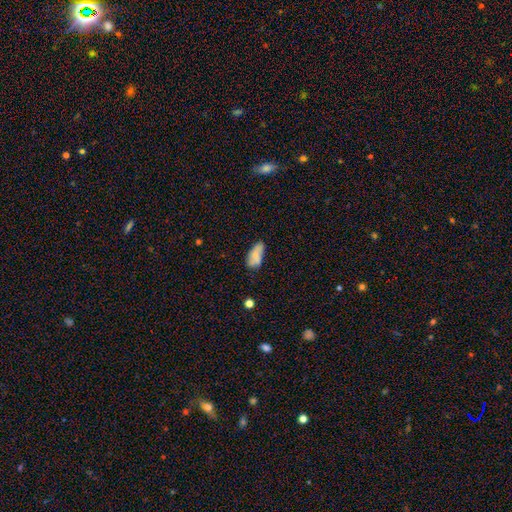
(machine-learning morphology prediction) Overall: smooth (74%). How rounded: in between (88%). Merging: none (54%; minor disturbance 31%).